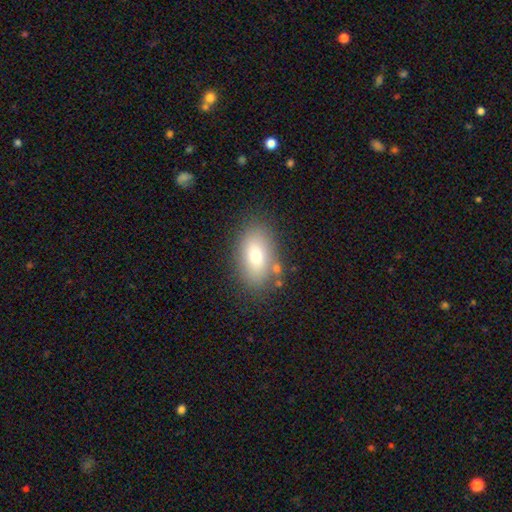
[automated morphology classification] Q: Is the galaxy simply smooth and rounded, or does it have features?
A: smooth — 71%.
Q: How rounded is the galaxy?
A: in between — 87%.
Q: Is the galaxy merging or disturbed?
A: none — 79%.